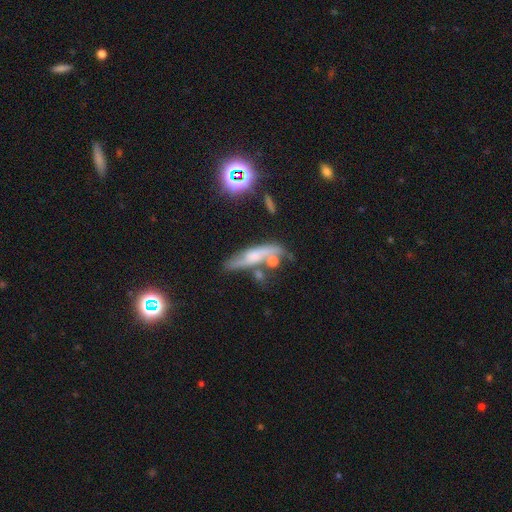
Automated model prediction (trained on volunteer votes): This is possibly a featured or disk galaxy (50%). Merging: possibly none (53%).